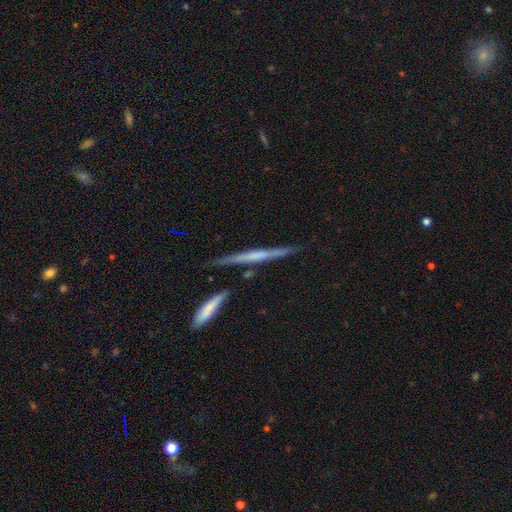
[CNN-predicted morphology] featured or disk 58%, smooth 36%, star or artifact 6%. Down the decision tree: edge-on disk — yes (96%); edge-on bulge — none (64%); merging — none (79%).